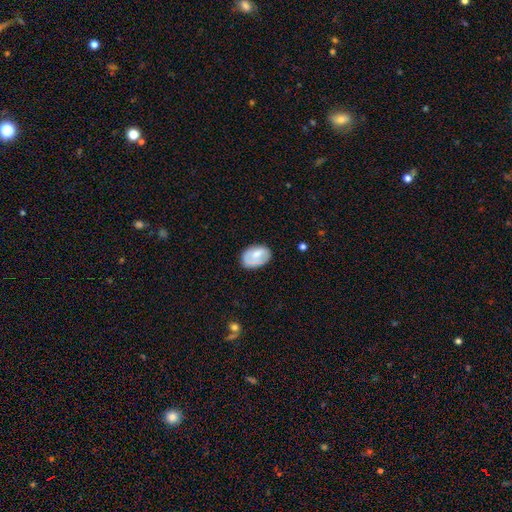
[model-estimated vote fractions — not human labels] Smooth or featured? Predicted: smooth (p=0.67). How rounded? Predicted: in between (p=0.87). Merging? Predicted: none (p=0.69).